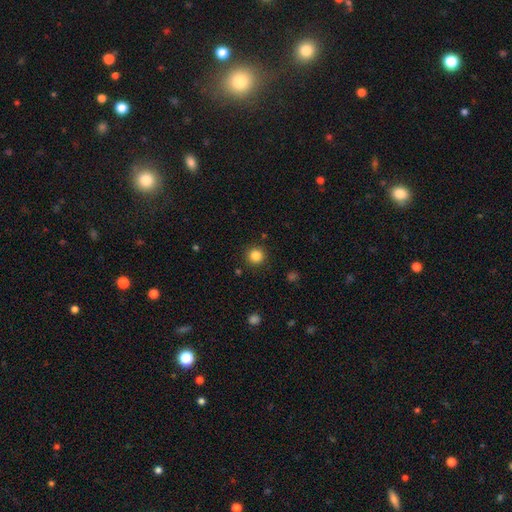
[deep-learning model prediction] Morphology: type=smooth (84%); roundness=round (95%); merging=none (91%).